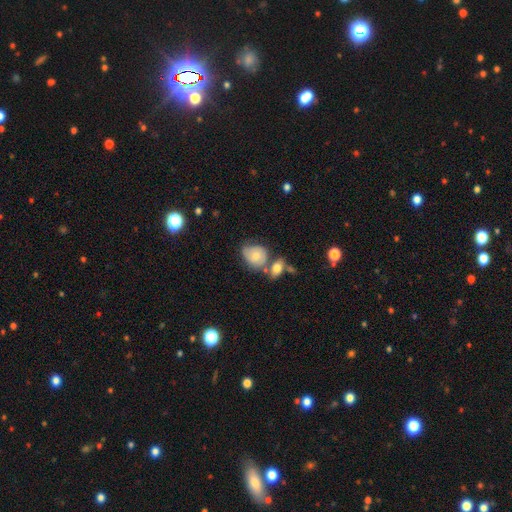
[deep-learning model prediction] The model was most divided on "how rounded": round: 51%, in between: 48%, cigar-shaped: 1%. Remaining: smooth or featured — smooth (63%); merging — none (38%).